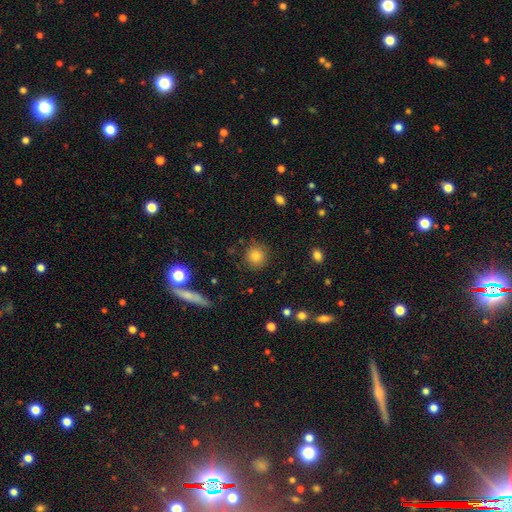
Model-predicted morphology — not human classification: This is clearly a smooth galaxy (81%). How rounded: clearly round (93%). Merging: clearly none (88%).